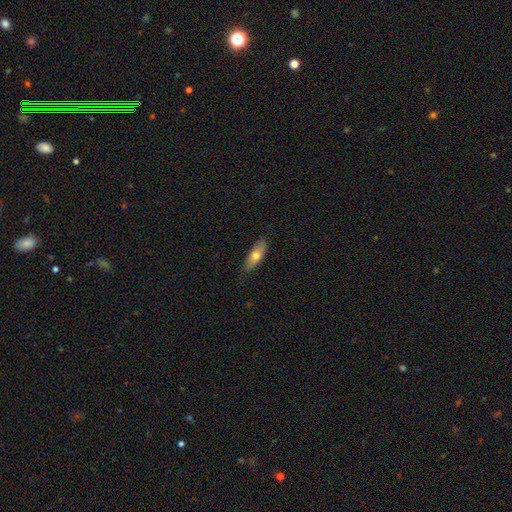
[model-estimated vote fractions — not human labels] Morphology: type=smooth (65%); roundness=in between (63%); merging=none (84%).